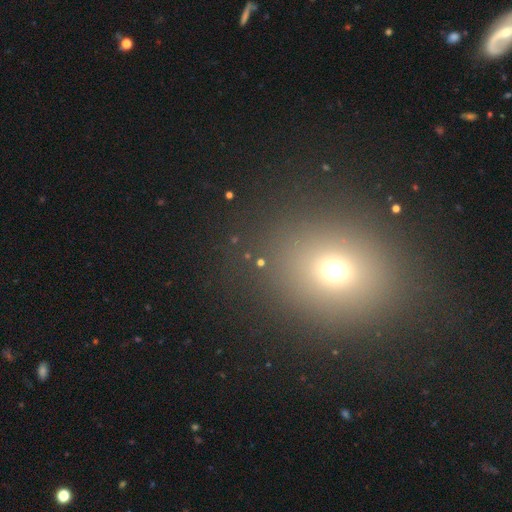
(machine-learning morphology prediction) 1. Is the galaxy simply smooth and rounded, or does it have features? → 61% smooth, 29% star or artifact, 10% featured or disk.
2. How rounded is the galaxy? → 66% round, 32% in between, 1% cigar-shaped.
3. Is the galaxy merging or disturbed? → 88% none, 7% minor disturbance, 3% major disturbance, 2% merger.